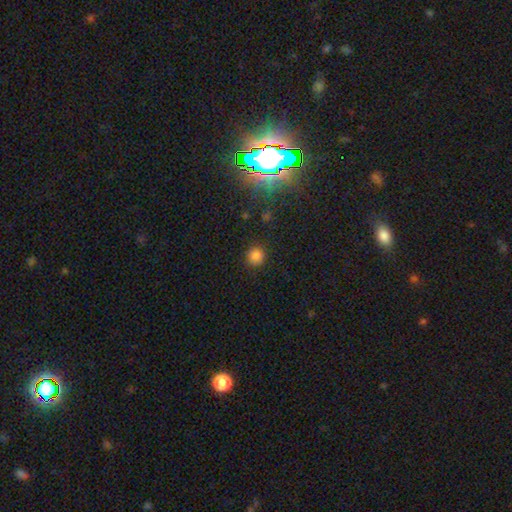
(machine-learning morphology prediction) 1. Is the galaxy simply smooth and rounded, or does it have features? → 82% smooth, 13% star or artifact, 4% featured or disk.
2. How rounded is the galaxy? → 90% round, 9% in between, 1% cigar-shaped.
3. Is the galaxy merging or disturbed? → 88% none, 8% minor disturbance, 3% major disturbance, 1% merger.